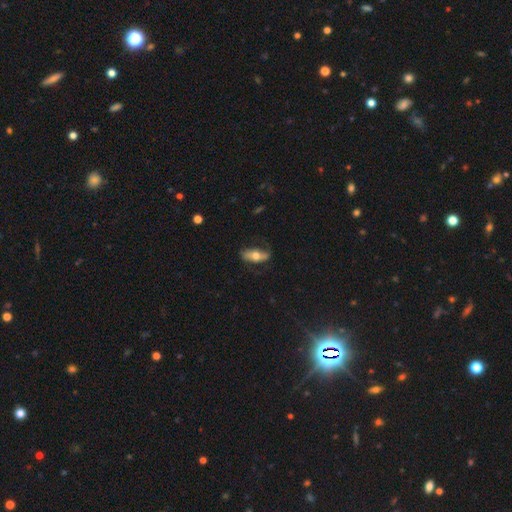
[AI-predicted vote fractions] Smooth or featured?
  - smooth: 52% *
  - featured or disk: 41%
  - star or artifact: 6%
How rounded?
  - in between: 74% *
  - cigar-shaped: 23%
  - round: 4%
Merging?
  - none: 67% *
  - minor disturbance: 23%
  - major disturbance: 9%
  - merger: 2%